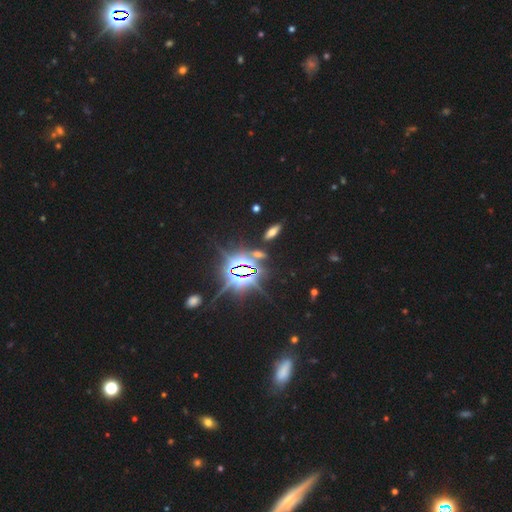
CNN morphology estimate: star or artifact 76%, smooth 12%, featured or disk 11%.